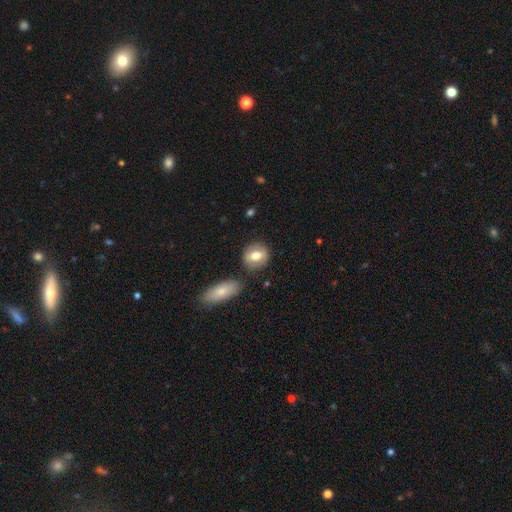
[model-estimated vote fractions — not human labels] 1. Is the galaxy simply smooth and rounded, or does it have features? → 72% smooth, 21% featured or disk, 7% star or artifact.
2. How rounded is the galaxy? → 63% round, 34% in between, 2% cigar-shaped.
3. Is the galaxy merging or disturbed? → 77% none, 13% minor disturbance, 7% merger, 3% major disturbance.